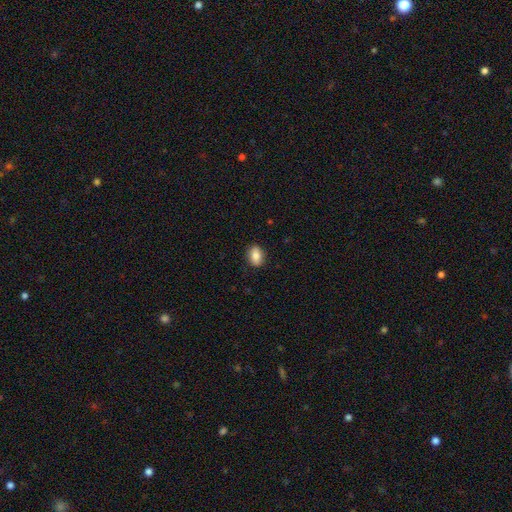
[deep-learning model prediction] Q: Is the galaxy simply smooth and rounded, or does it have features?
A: smooth — 84%.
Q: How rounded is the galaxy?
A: in between — 79%.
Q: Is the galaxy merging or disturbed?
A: none — 88%.